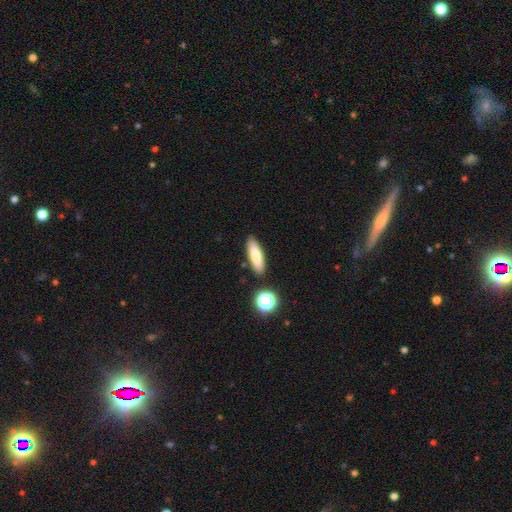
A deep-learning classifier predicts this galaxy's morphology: Smooth or featured?
  - smooth: 80% *
  - featured or disk: 12%
  - star or artifact: 8%
How rounded?
  - cigar-shaped: 52% *
  - in between: 45%
  - round: 3%
Merging?
  - none: 86% *
  - minor disturbance: 8%
  - merger: 4%
  - major disturbance: 2%